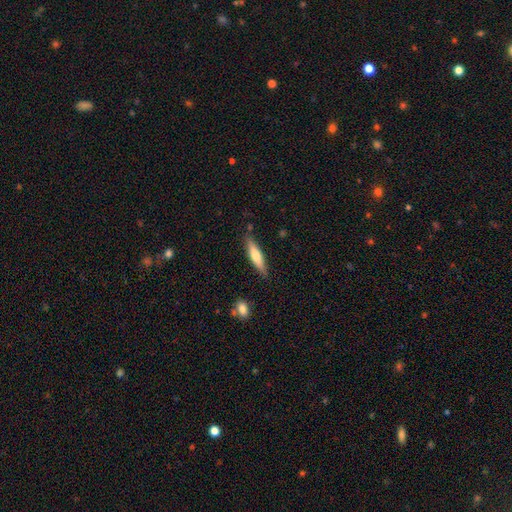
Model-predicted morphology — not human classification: Smooth or featured? smooth (58%)
How rounded? cigar-shaped (79%)
Merging? none (84%)